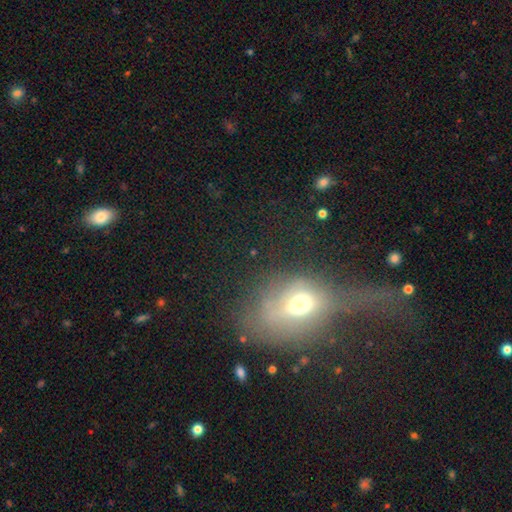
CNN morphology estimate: This is marginally a smooth galaxy (44%). Merging: possibly major disturbance (50%).